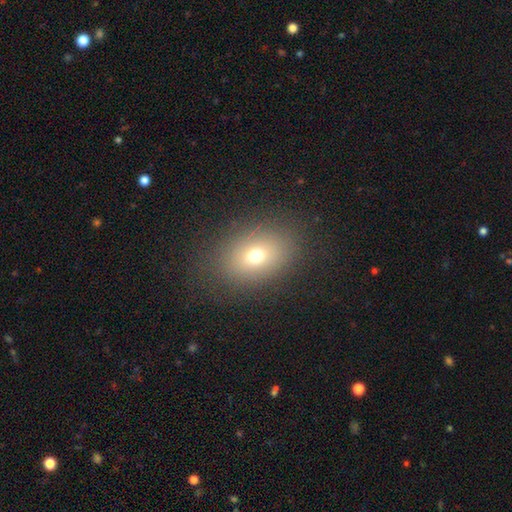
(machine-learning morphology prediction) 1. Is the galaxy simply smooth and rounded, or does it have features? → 69% smooth, 16% star or artifact, 15% featured or disk.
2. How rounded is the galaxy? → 63% in between, 36% round, 1% cigar-shaped.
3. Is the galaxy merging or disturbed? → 83% none, 10% minor disturbance, 6% major disturbance, 1% merger.